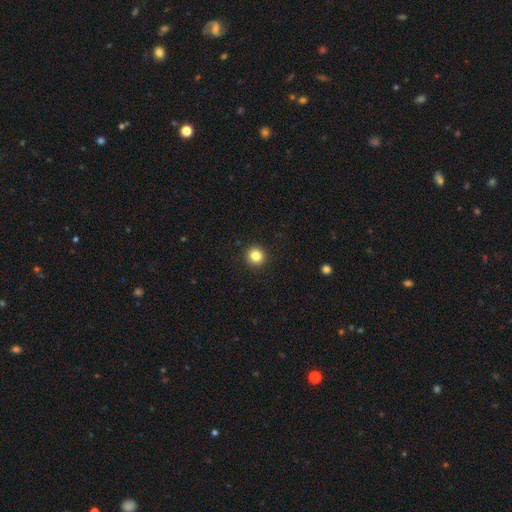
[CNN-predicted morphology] The model was most divided on "smooth or featured": smooth: 84%, star or artifact: 11%, featured or disk: 5%. More confident: how rounded — round (94%); merging — none (93%).